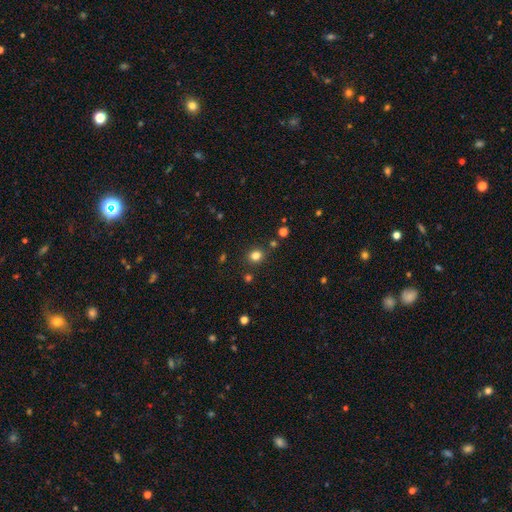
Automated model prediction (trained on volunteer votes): This is likely a smooth galaxy (80%). How rounded: clearly round (80%). Merging: clearly none (85%).